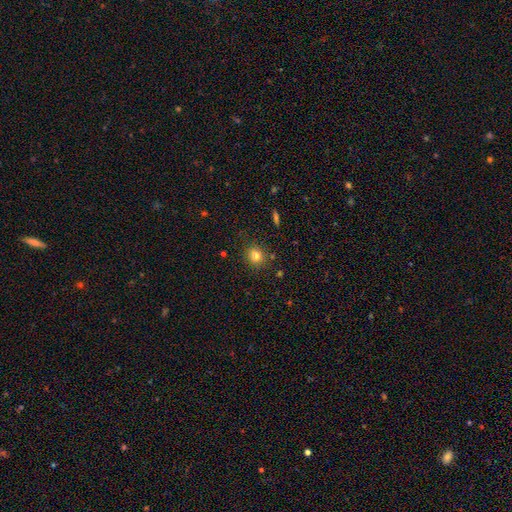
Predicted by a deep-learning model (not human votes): smooth_or_featured: smooth (p=0.81) [alt: star or artifact p=0.12]
how_rounded: round (p=0.76) [alt: in between p=0.23]
merging: none (p=0.85) [alt: minor disturbance p=0.10]